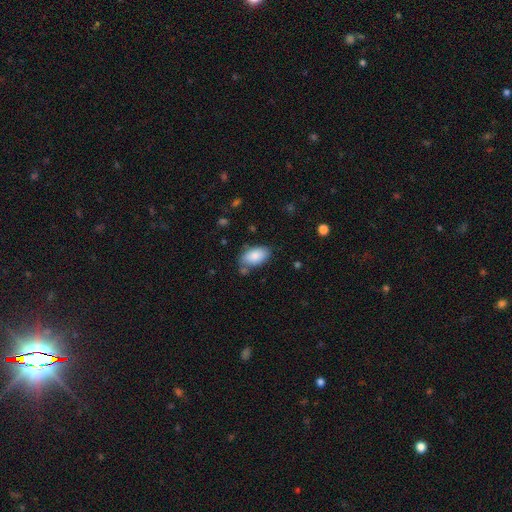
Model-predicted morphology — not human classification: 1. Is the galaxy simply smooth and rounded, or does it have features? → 86% smooth, 8% featured or disk, 7% star or artifact.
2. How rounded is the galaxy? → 94% in between, 4% round, 2% cigar-shaped.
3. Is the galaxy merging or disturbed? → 71% none, 18% minor disturbance, 6% merger, 5% major disturbance.